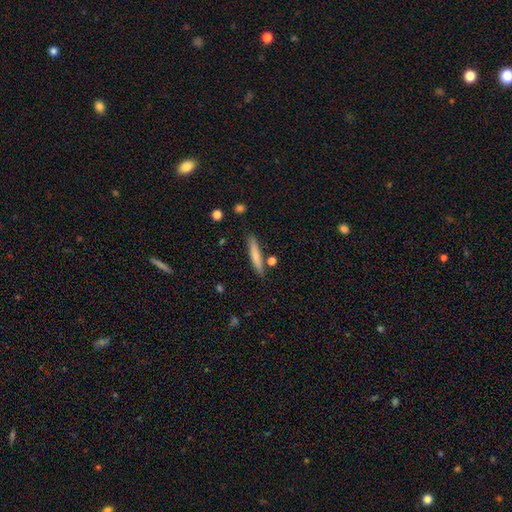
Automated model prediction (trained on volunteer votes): A smooth galaxy with no disk features (72%) that is cigar-shaped (92%).

Vote fractions:
- Smooth or featured? smooth: 72% / featured or disk: 22% / star or artifact: 6%
- How rounded? cigar-shaped: 92% / in between: 7% / round: 2%
- Merging? none: 83% / minor disturbance: 10% / merger: 5% / major disturbance: 2%